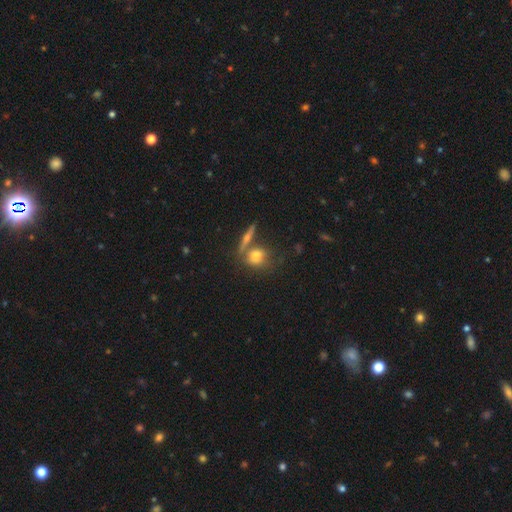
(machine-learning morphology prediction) Smooth or featured? smooth (64%)
How rounded? round (53%)
Merging? none (54%)